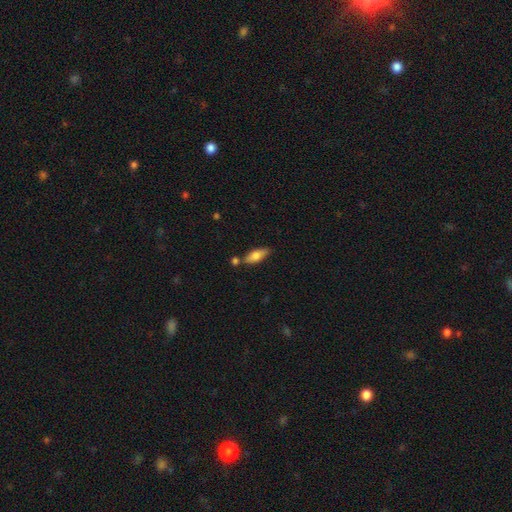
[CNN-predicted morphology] Overall: smooth (74%). How rounded: in between (67%; cigar-shaped 30%). Merging: none (70%).